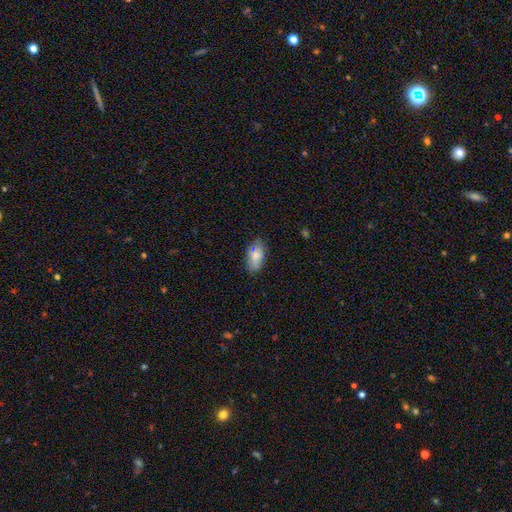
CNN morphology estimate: A smooth galaxy with no disk features (78%) that is in between round and cigar-shaped (91%). Merging: none (78%).